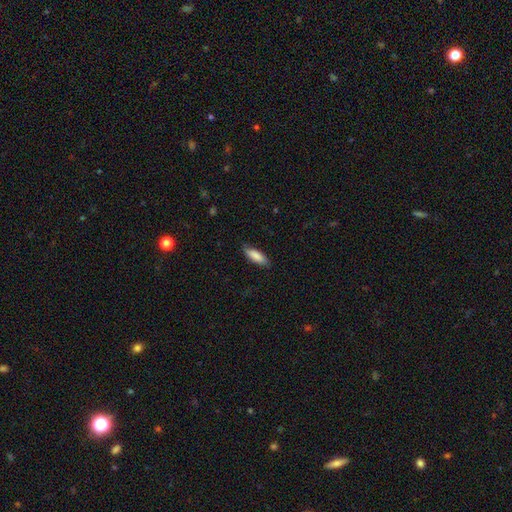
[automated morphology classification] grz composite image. It shows a smooth galaxy with no disk features (85%) that is in between round and cigar-shaped (58%). Merging: none (82%).